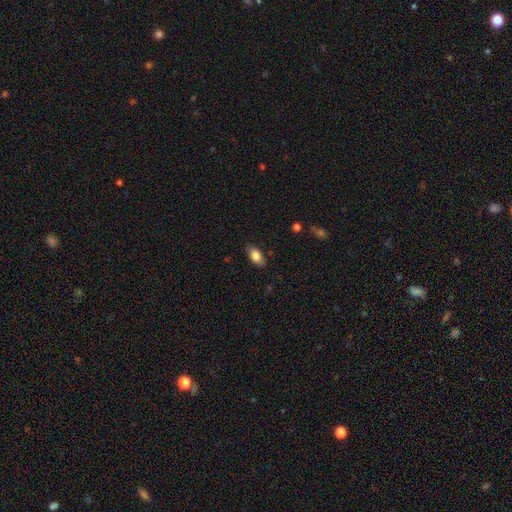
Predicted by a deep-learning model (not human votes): Overall: smooth (83%). How rounded: in between (91%). Merging: none (83%).